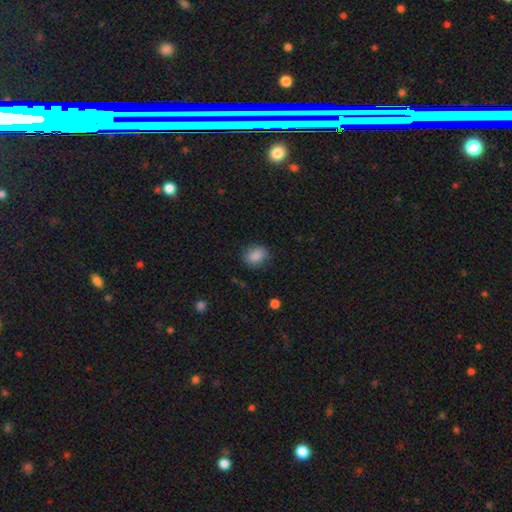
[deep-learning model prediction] Smooth or featured?
  - smooth: 87% *
  - star or artifact: 8%
  - featured or disk: 5%
How rounded?
  - in between: 57% *
  - round: 42%
  - cigar-shaped: 1%
Merging?
  - none: 81% *
  - minor disturbance: 14%
  - major disturbance: 4%
  - merger: 1%